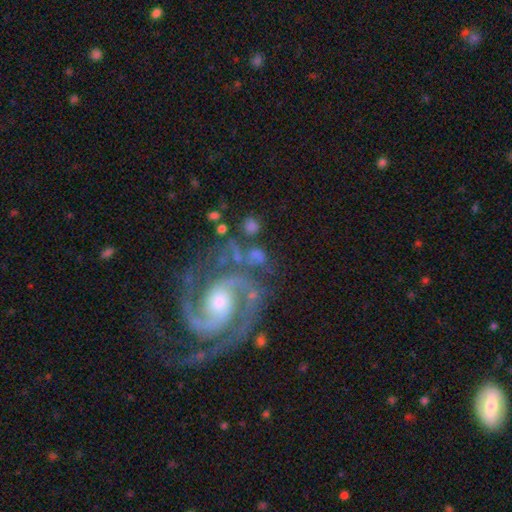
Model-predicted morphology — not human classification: A featured or disk galaxy (84%) with no bar (56%), 2 (85%) medium (53%) spiral arms (97%) and a moderate central bulge (49%). Merging: none (67%).